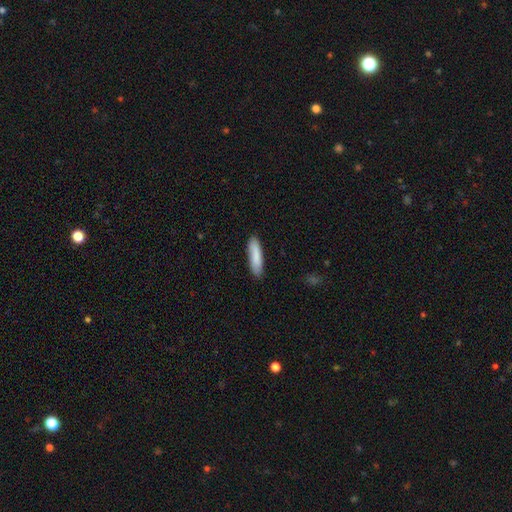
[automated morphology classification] type=smooth (87%); roundness=cigar-shaped (70%); merging=none (87%).